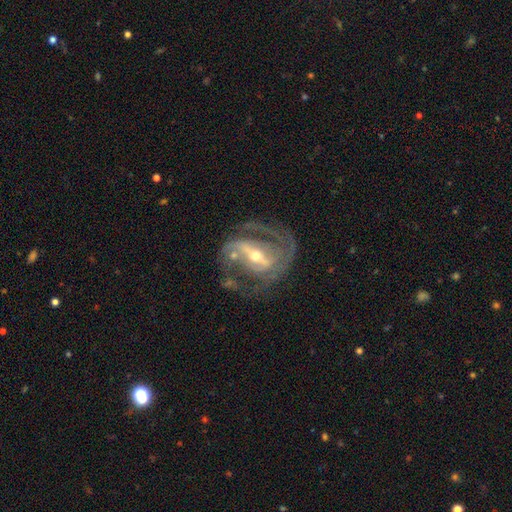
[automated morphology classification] Smooth or featured? Predicted: featured or disk (p=0.89). Edge-on disk? Predicted: no (p=0.96). Bar? Predicted: strong (p=0.61). Spiral arms? Predicted: yes (p=0.93). Spiral winding? Predicted: medium (p=0.50). Spiral arm count? Predicted: 2 (p=0.74). Bulge size? Predicted: small (p=0.49). Merging? Predicted: none (p=0.57).